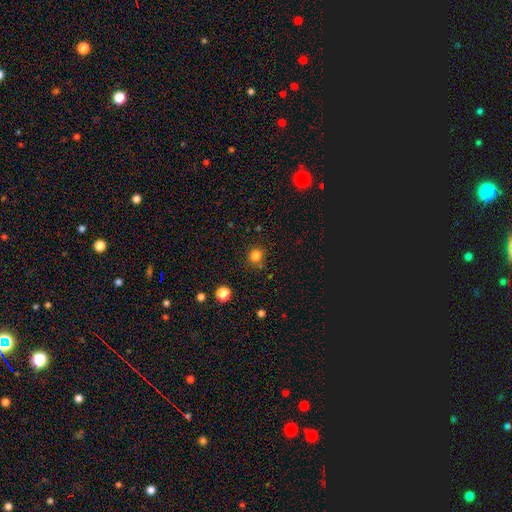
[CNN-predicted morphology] Overall: smooth (81%). How rounded: round (89%). Merging: none (82%).